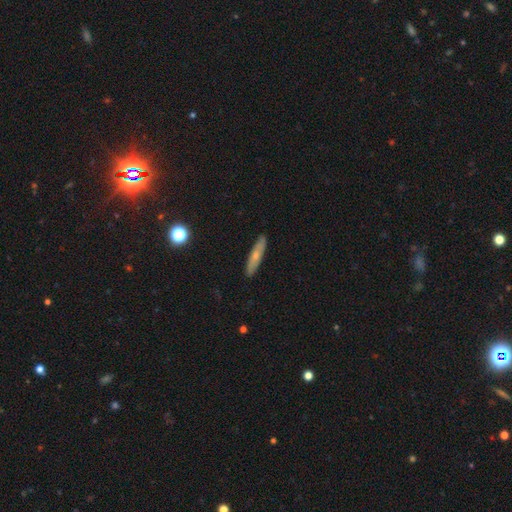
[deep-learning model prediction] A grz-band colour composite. It shows a smooth galaxy with no disk features (55%) that is cigar-shaped (84%). Merging: none (88%).